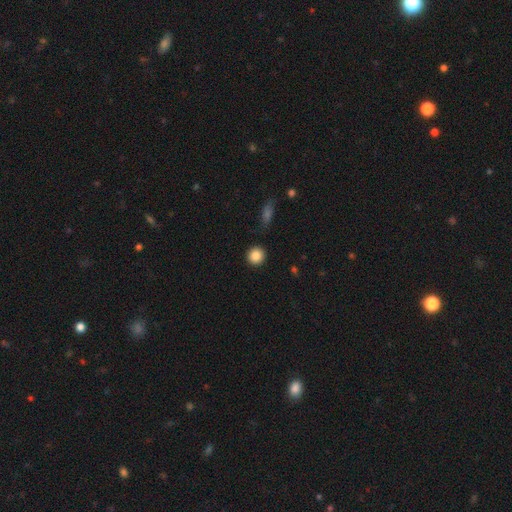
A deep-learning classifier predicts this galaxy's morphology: type=smooth (87%); roundness=round (93%); merging=none (90%).